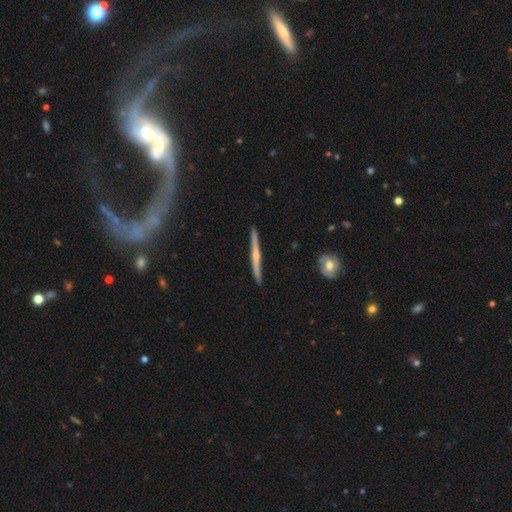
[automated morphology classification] This is likely a featured or disk galaxy (75%). It is clearly viewed edge-on (98%). Edge-on bulge: likely rounded (77%). Merging: clearly none (91%).